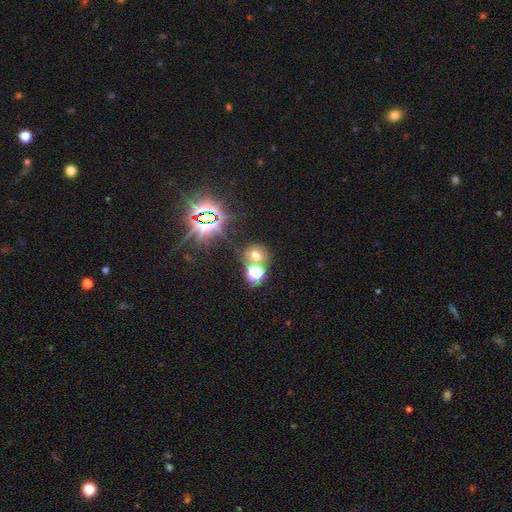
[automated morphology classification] smooth_or_featured: smooth (p=0.53) [alt: star or artifact p=0.36]
how_rounded: round (p=0.75) [alt: in between p=0.24]
merging: none (p=0.60) [alt: merger p=0.27]